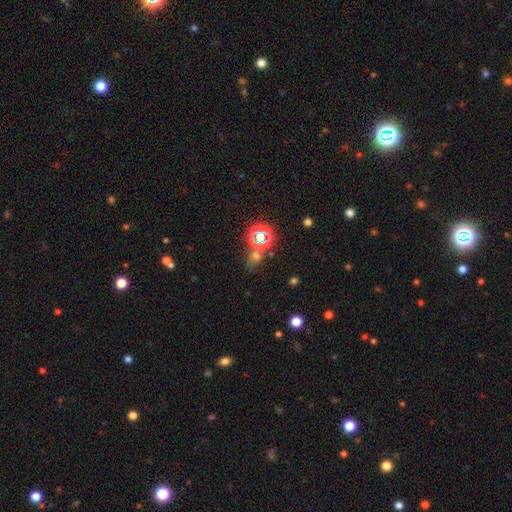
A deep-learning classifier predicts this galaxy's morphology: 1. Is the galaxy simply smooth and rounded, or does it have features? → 52% star or artifact, 36% smooth, 12% featured or disk.